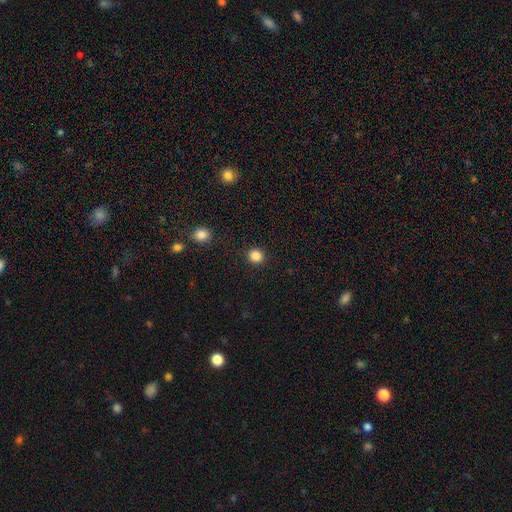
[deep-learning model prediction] Smooth or featured?
  - smooth: 85% *
  - star or artifact: 11%
  - featured or disk: 3%
How rounded?
  - round: 91% *
  - in between: 8%
  - cigar-shaped: 1%
Merging?
  - none: 91% *
  - minor disturbance: 6%
  - major disturbance: 2%
  - merger: 1%